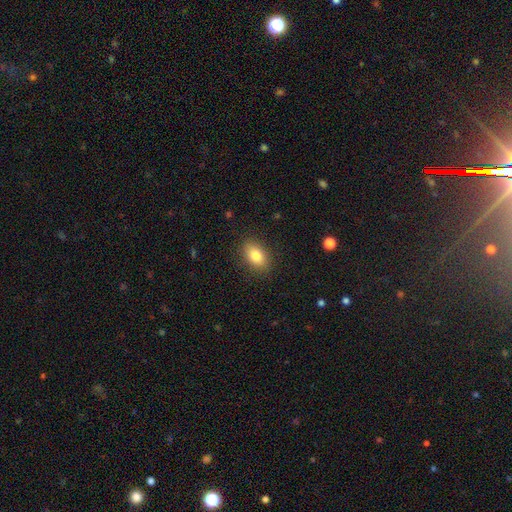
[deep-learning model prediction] Q: Smooth or featured?
A: smooth (82%); runner-up: featured or disk (9%)
Q: How rounded?
A: in between (85%); runner-up: round (13%)
Q: Merging?
A: none (87%); runner-up: minor disturbance (9%)